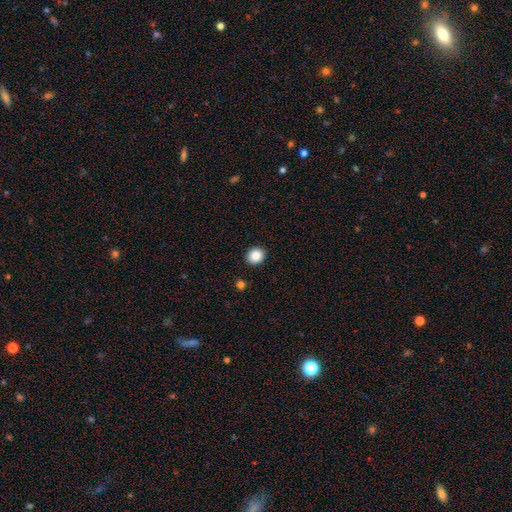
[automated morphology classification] Smooth or featured? smooth (88%)
How rounded? round (85%)
Merging? none (92%)